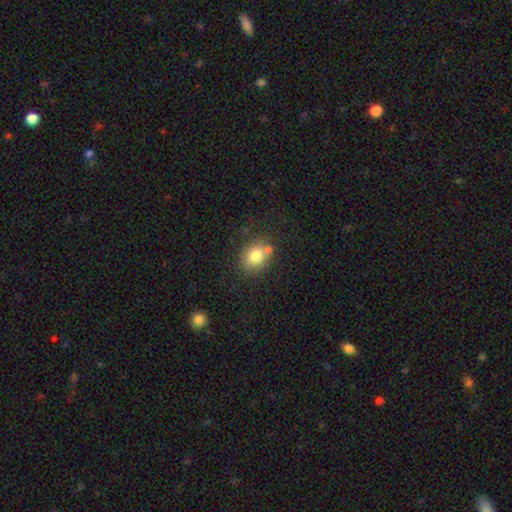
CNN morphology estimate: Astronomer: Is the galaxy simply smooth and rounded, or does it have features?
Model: smooth — 79%.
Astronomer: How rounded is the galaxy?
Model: round — 53% (runner-up: in between, 46%).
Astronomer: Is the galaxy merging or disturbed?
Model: none — 68%.